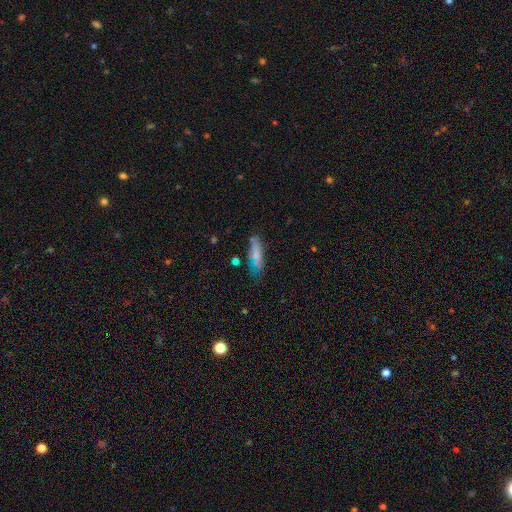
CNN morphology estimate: Overall: smooth (72%). How rounded: cigar-shaped (56%; in between 42%). Merging: none (67%).